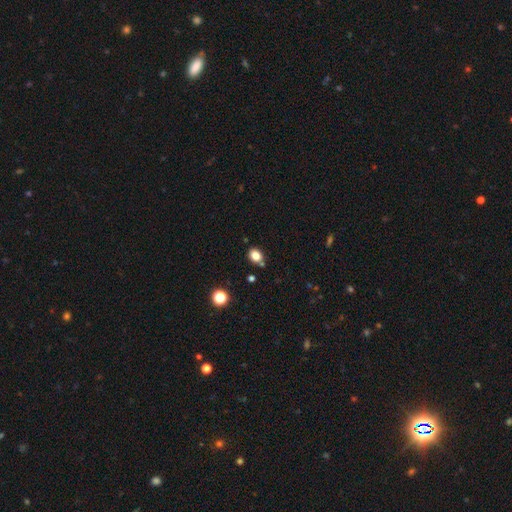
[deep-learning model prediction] Smooth or featured? Predicted: smooth (p=0.81). How rounded? Predicted: in between (p=0.50). Merging? Predicted: none (p=0.76).